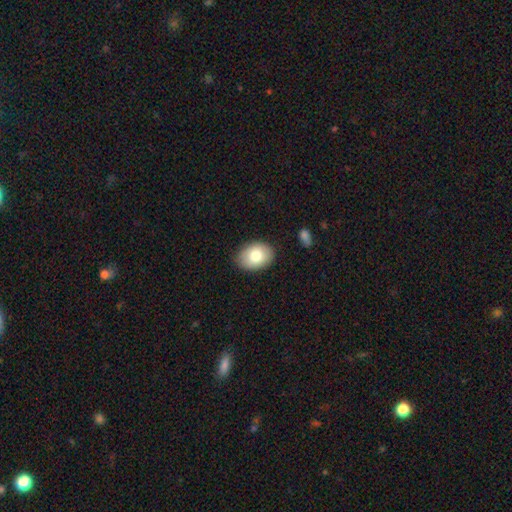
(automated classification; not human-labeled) Smooth or featured: smooth — 79% (featured or disk — 15%)
How rounded: in between — 76% (round — 23%)
Merging: none — 85% (minor disturbance — 11%)